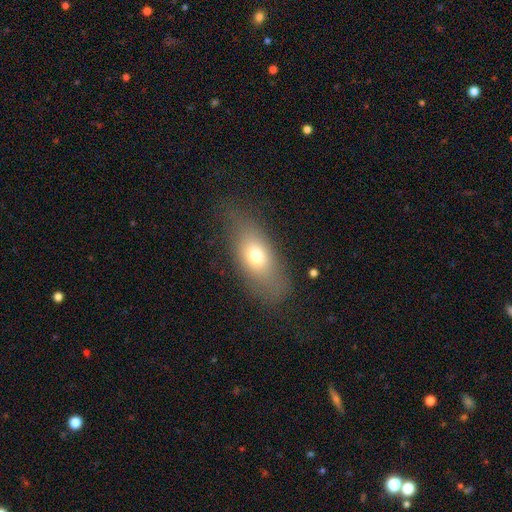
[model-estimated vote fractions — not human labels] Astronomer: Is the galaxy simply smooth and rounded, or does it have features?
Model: smooth — 68%.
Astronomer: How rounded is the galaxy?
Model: in between — 81%.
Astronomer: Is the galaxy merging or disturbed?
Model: none — 70%.